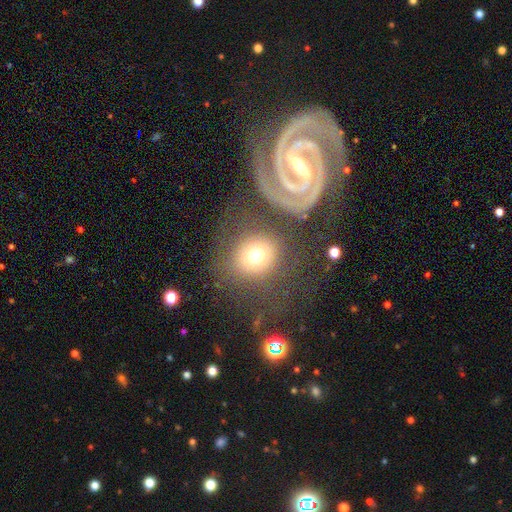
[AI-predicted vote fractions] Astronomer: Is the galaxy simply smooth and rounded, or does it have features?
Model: smooth — 70%.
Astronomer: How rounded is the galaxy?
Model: round — 86%.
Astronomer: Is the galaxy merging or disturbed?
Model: none — 69%.